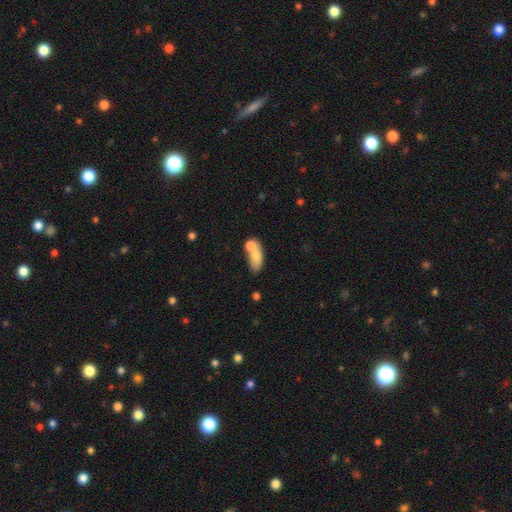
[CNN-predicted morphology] Overall: smooth (72%). How rounded: in between (78%). Merging: merger (48%; none 33%).